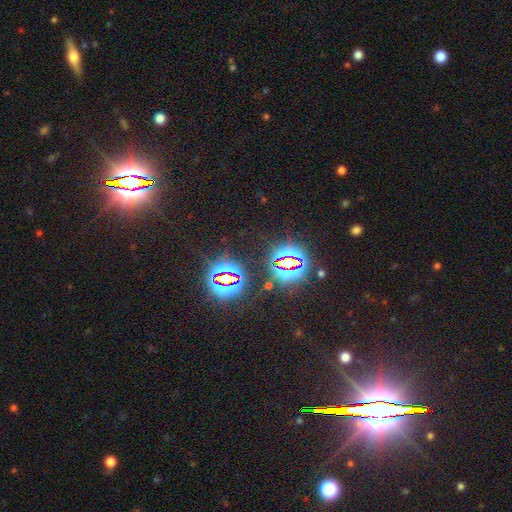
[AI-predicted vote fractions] A star or artifact, not a galaxy (82%).

Vote fractions:
- Smooth or featured? star or artifact: 82% / smooth: 12% / featured or disk: 7%